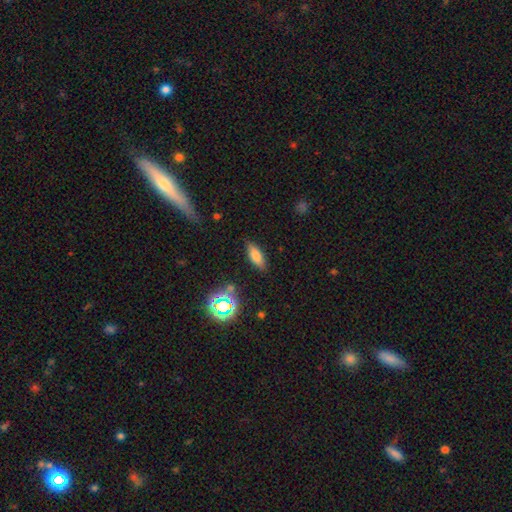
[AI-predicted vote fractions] Smooth or featured?
  - smooth: 72% *
  - featured or disk: 15%
  - star or artifact: 13%
How rounded?
  - in between: 69% *
  - cigar-shaped: 27%
  - round: 3%
Merging?
  - none: 83% *
  - minor disturbance: 12%
  - major disturbance: 3%
  - merger: 2%